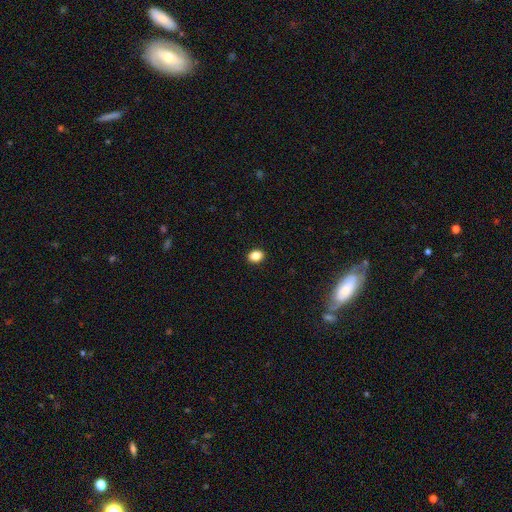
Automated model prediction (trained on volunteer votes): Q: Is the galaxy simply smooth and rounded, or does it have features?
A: smooth — 86%.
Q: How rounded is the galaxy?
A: in between — 63%.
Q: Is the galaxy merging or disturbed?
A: none — 91%.